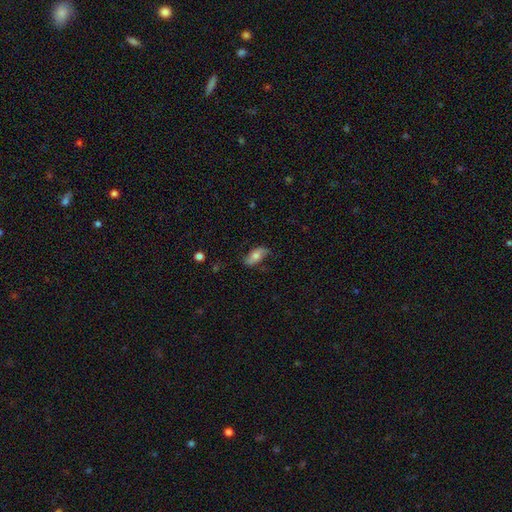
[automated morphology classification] Overall: smooth (66%; featured or disk 27%). How rounded: in between (85%). Merging: none (73%).